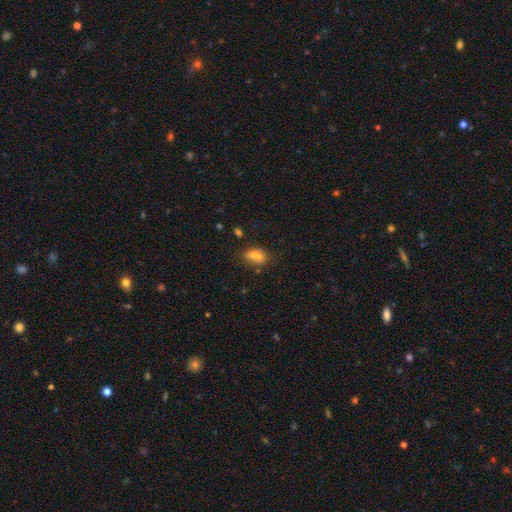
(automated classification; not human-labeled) Smooth or featured? Predicted: smooth (p=0.74). How rounded? Predicted: in between (p=0.79). Merging? Predicted: none (p=0.55).